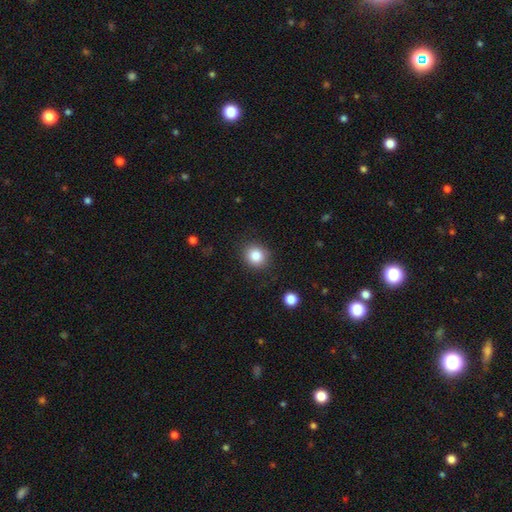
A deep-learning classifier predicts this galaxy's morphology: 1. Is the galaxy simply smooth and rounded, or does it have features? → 85% smooth, 10% star or artifact, 6% featured or disk.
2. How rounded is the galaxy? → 80% round, 19% in between, 1% cigar-shaped.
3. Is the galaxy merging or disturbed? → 87% none, 9% minor disturbance, 3% major disturbance, 1% merger.